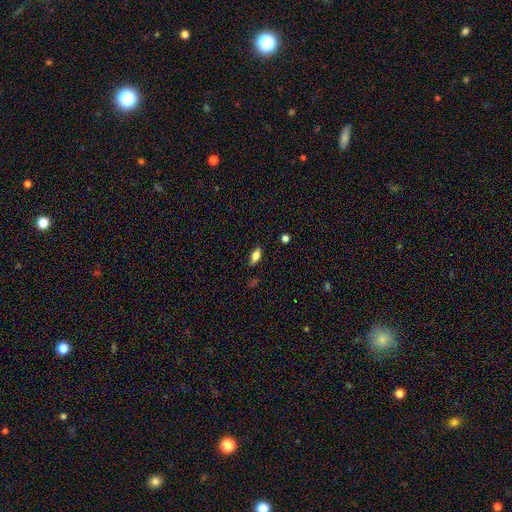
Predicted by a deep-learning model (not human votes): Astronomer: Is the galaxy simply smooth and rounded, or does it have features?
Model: smooth — 69%.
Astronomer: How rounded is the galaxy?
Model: in between — 81%.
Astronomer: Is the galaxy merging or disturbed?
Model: none — 79%.